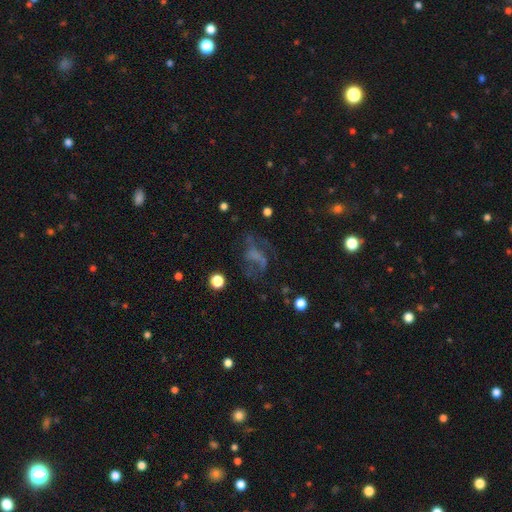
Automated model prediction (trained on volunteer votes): featured or disk 46%, smooth 29%, star or artifact 25%. Down the decision tree: merging — none (42%).